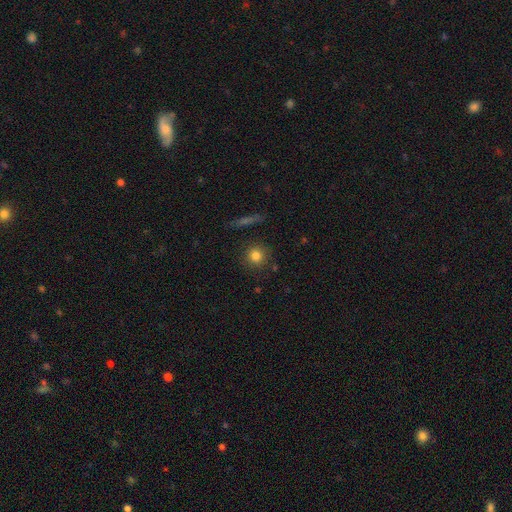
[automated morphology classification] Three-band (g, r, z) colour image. It shows a smooth galaxy with no disk features (82%) that is round (93%). Merging: none (87%).